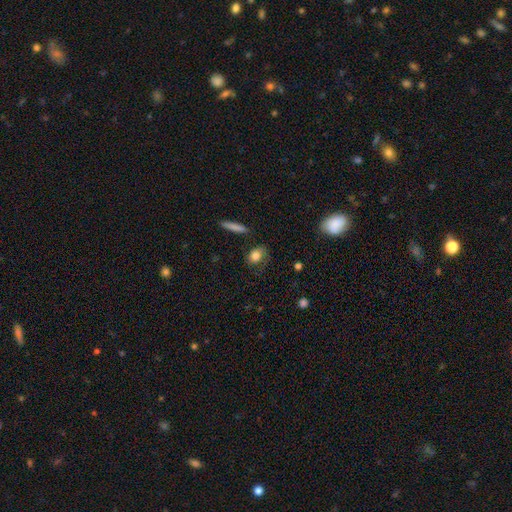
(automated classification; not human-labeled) The model was most divided on "how rounded": in between: 55%, round: 41%, cigar-shaped: 4%. More confident: smooth or featured — smooth (74%); merging — none (65%).